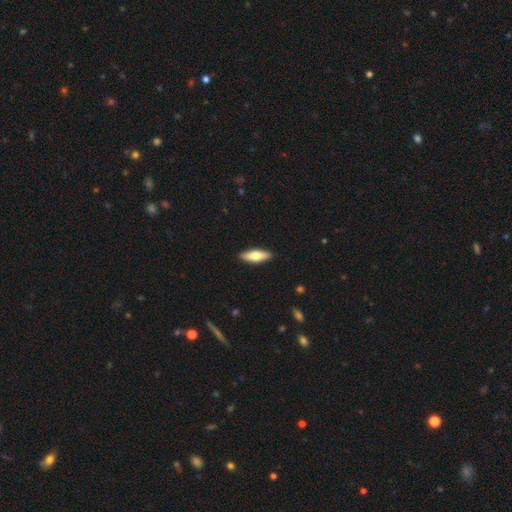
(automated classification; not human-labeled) This is likely a smooth galaxy (65%). How rounded: possibly in between (51%). Merging: clearly none (90%).